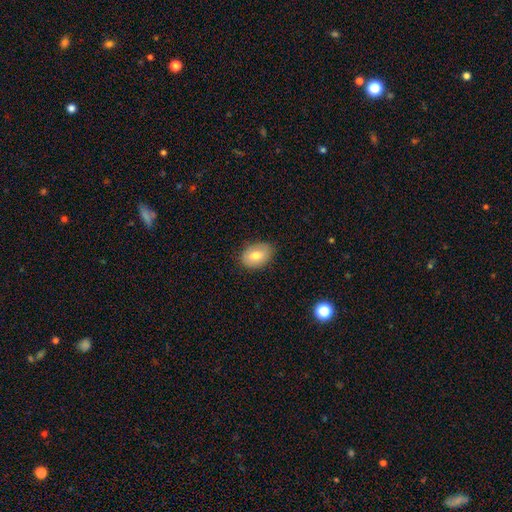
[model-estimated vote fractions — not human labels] A smooth galaxy with no disk features (73%) that is in between round and cigar-shaped (81%). Merging: none (82%).